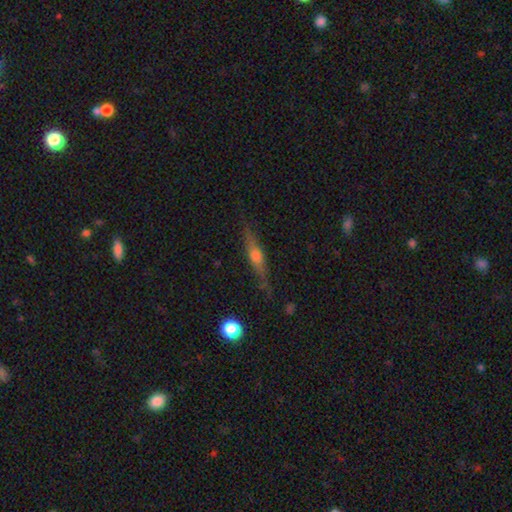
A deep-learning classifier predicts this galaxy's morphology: smooth_or_featured: featured or disk (p=0.61) [alt: smooth p=0.30]
disk_edge_on: yes (p=0.94) [alt: no p=0.06]
edge_on_bulge: rounded (p=0.85) [alt: boxy p=0.07]
merging: none (p=0.80) [alt: minor disturbance p=0.15]